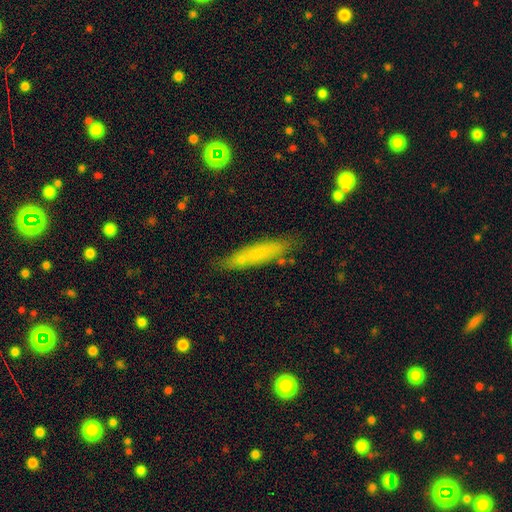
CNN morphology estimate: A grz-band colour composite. It shows a smooth galaxy with no disk features (59%) that is cigar-shaped (86%). Merging: none (79%).